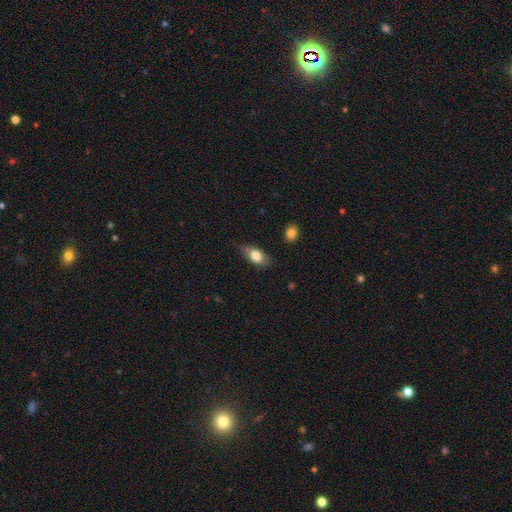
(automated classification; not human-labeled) A smooth galaxy with no disk features (75%) that is in between round and cigar-shaped (85%).

Vote fractions:
- Smooth or featured? smooth: 75% / featured or disk: 18% / star or artifact: 7%
- How rounded? in between: 85% / cigar-shaped: 8% / round: 6%
- Merging? none: 69% / minor disturbance: 25% / major disturbance: 5% / merger: 2%